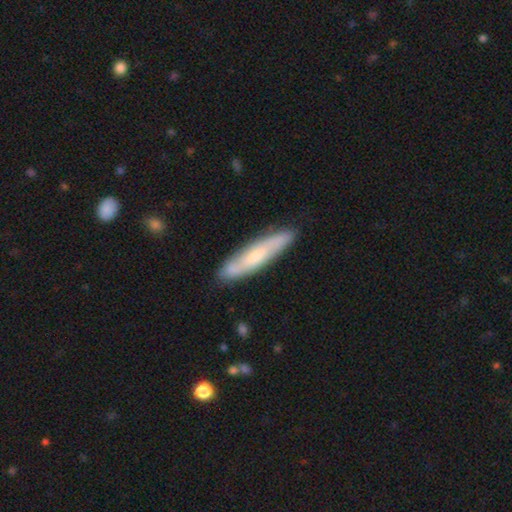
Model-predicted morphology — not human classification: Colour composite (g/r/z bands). It shows a smooth galaxy with no disk features (51%) that is cigar-shaped (84%). Merging: none (84%).